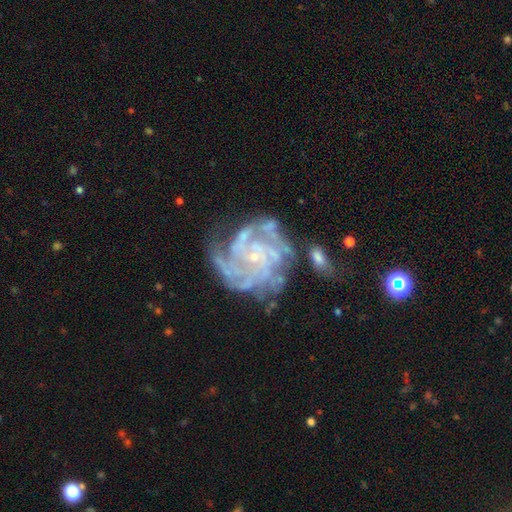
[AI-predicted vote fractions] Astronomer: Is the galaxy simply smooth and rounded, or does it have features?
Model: featured or disk — 88%.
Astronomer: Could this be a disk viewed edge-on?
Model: no — 98%.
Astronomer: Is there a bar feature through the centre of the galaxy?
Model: no — 72%.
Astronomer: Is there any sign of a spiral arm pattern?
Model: yes — 97%.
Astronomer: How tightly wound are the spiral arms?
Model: tight — 66%.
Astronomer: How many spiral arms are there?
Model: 4 — 32% (runner-up: can't tell, 19%).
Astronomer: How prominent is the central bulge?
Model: small — 83%.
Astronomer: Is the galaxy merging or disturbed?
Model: none — 59%.